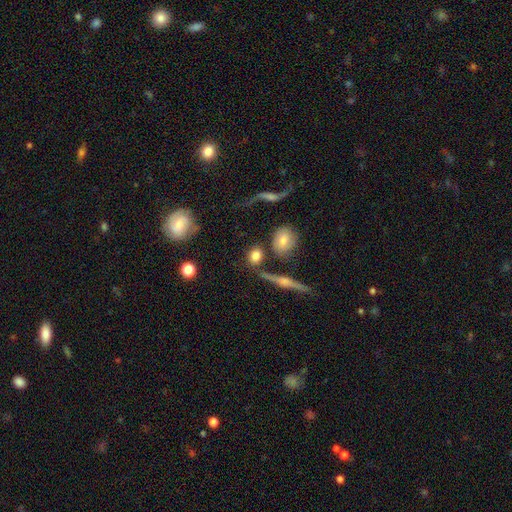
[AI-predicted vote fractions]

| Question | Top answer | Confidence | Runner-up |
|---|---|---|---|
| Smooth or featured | smooth | 76% | featured or disk (14%) |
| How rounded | round | 59% | in between (36%) |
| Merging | none | 73% | minor disturbance (12%) |